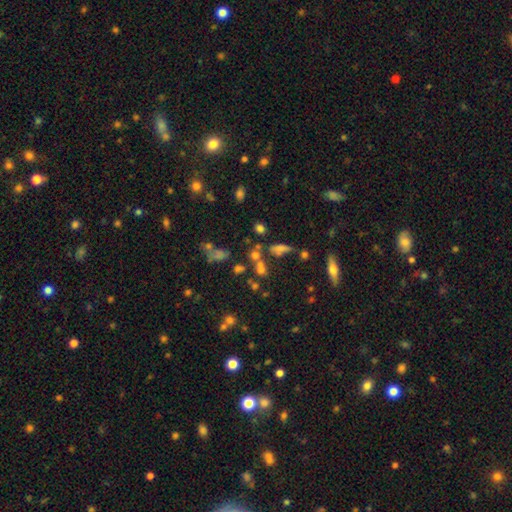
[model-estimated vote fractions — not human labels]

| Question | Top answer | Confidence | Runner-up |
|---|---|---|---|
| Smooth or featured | smooth | 46% | star or artifact (35%) |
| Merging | none | 51% | merger (28%) |